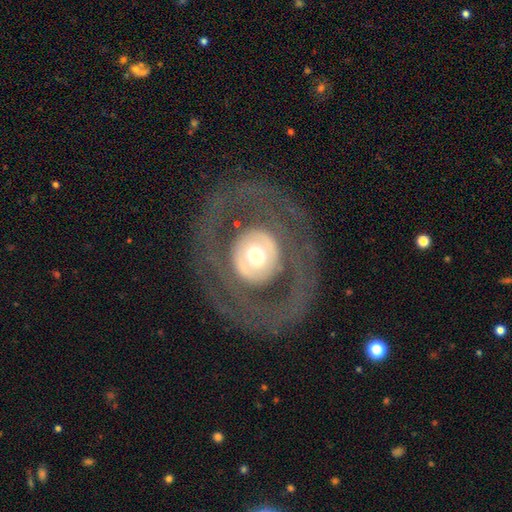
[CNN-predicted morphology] A featured or disk galaxy (69%) with no bar (81%), no spiral arms (61%) and a moderate central bulge (55%). Merging: none (75%).